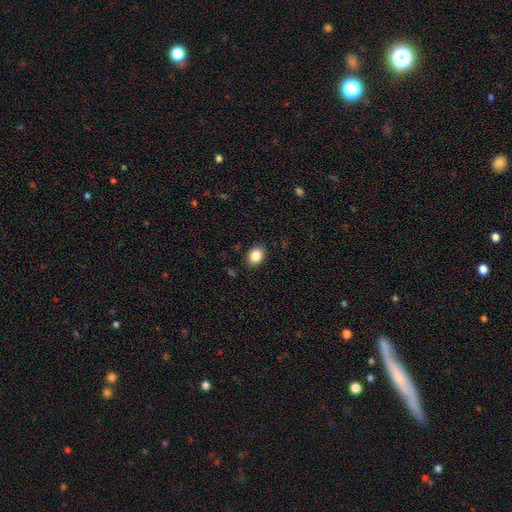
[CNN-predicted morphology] The model was most divided on "how rounded": in between: 62%, round: 38%, cigar-shaped: 1%. More confident: merging — none (89%); smooth or featured — smooth (86%).